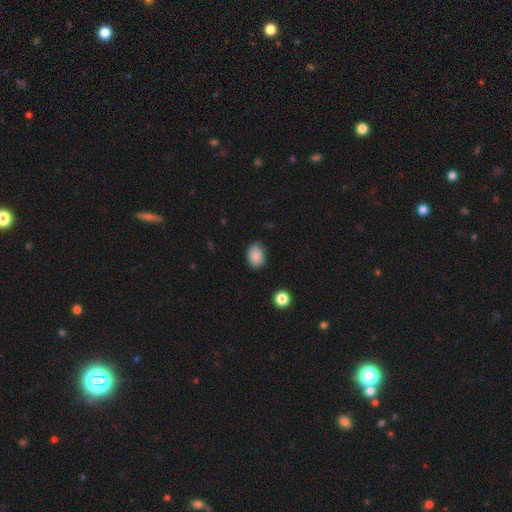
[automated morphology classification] smooth-or-featured: smooth: 87% | star or artifact: 8% | featured or disk: 5%
  how-rounded: in between: 76% | round: 23% | cigar-shaped: 1%
  merging: none: 82% | minor disturbance: 14% | major disturbance: 3% | merger: 1%